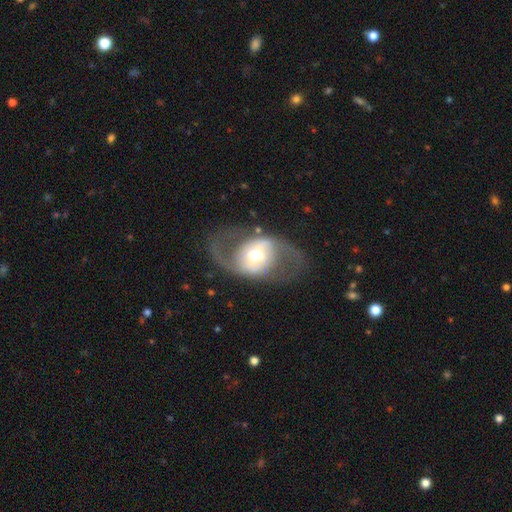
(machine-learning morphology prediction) Smooth or featured? featured or disk (77%)
Edge-on disk? no (94%)
Bar? no (36%, tied with weak)
Spiral arms? yes (75%)
Spiral winding? medium (46%)
Spiral arm count? 2 (88%)
Bulge size? moderate (62%)
Merging? none (70%)